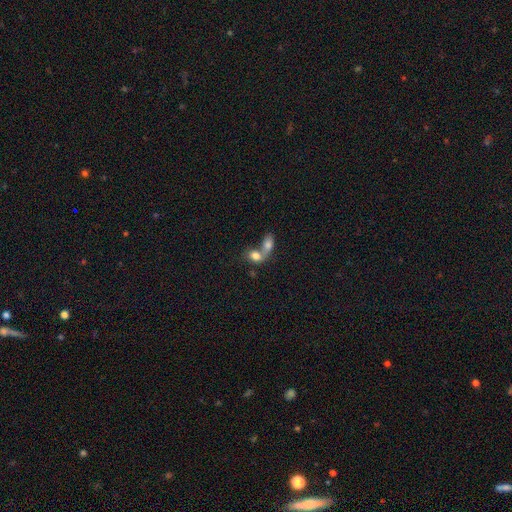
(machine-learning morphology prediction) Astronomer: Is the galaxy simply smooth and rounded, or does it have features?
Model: smooth — 77%.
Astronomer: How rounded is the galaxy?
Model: in between — 69%.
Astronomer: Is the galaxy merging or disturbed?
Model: merger — 76%.